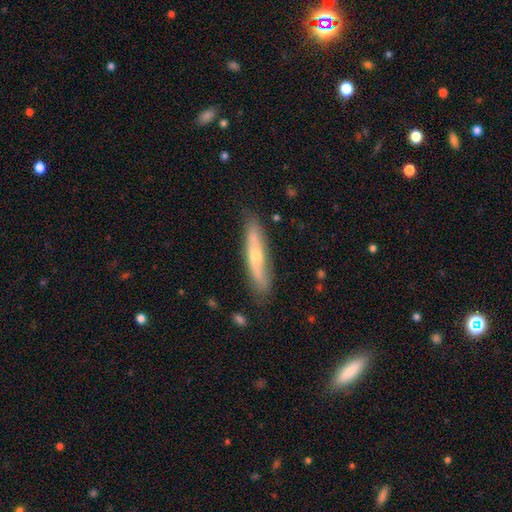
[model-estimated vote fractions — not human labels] A featured or disk galaxy (54%) viewed edge-on (67%). Merging: none (81%).